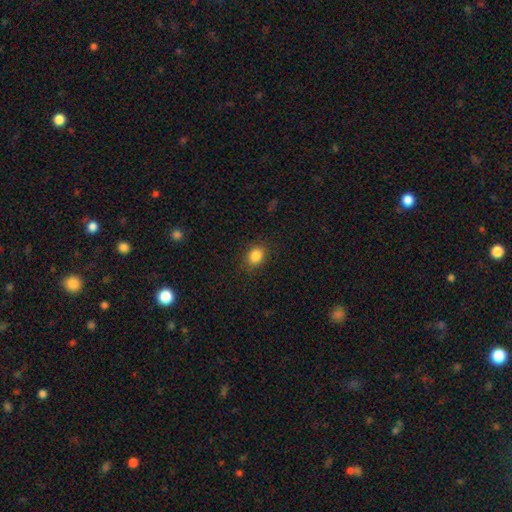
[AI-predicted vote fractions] Morphology: type=smooth (85%); roundness=round (53%); merging=none (86%).